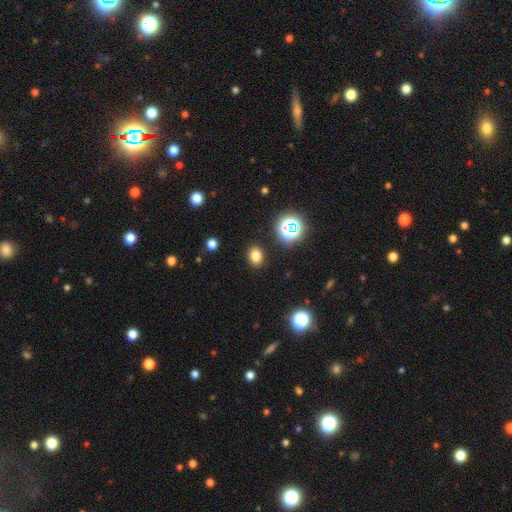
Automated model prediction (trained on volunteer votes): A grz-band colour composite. It shows a smooth galaxy with no disk features (78%) that is in between round and cigar-shaped (60%). Merging: none (89%).